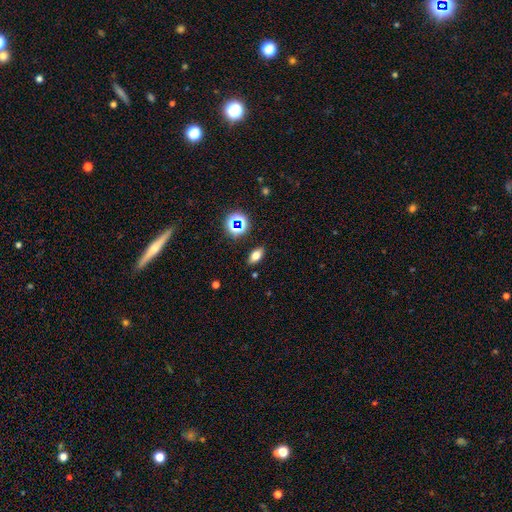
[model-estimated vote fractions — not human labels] Overall: smooth (67%). How rounded: in between (82%). Merging: none (87%).